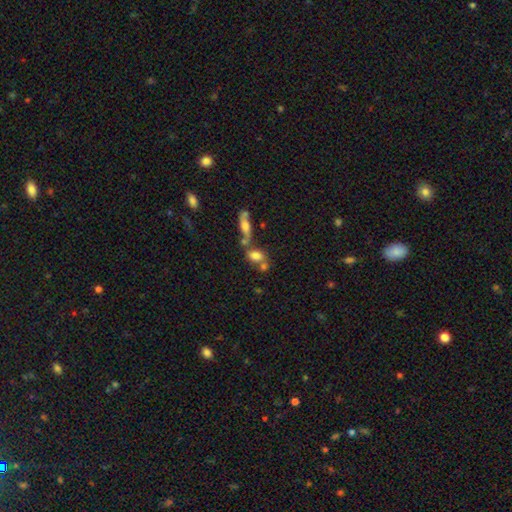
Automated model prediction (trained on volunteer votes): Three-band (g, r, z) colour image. It shows a smooth galaxy with no disk features (71%) that is in between round and cigar-shaped (76%). Merging: merger (41%).